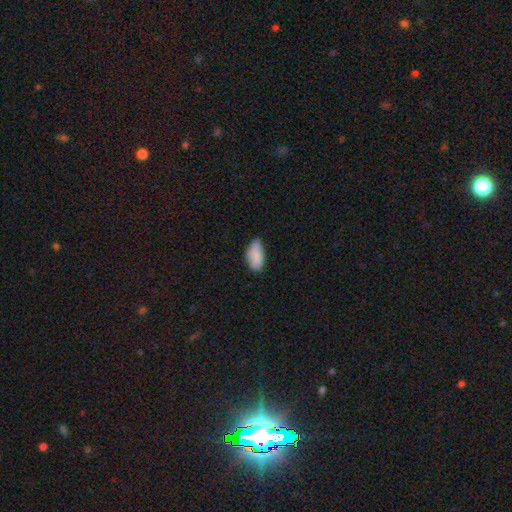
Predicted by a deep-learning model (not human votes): Overall: smooth (85%). How rounded: in between (93%). Merging: none (61%; minor disturbance 31%).